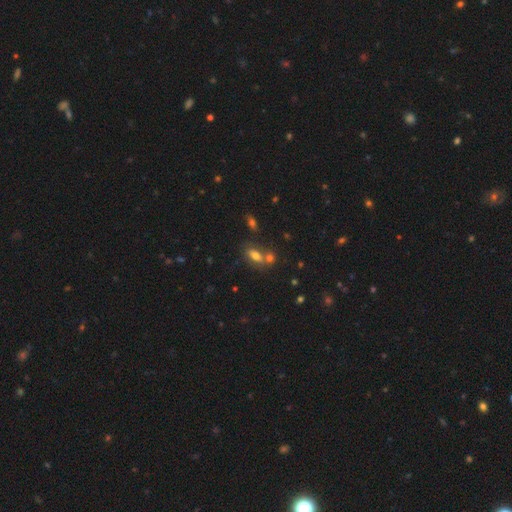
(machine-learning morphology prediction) smooth_or_featured: smooth (p=0.70) [alt: featured or disk p=0.17]
how_rounded: in between (p=0.80) [alt: cigar-shaped p=0.12]
merging: none (p=0.49) [alt: merger p=0.36]